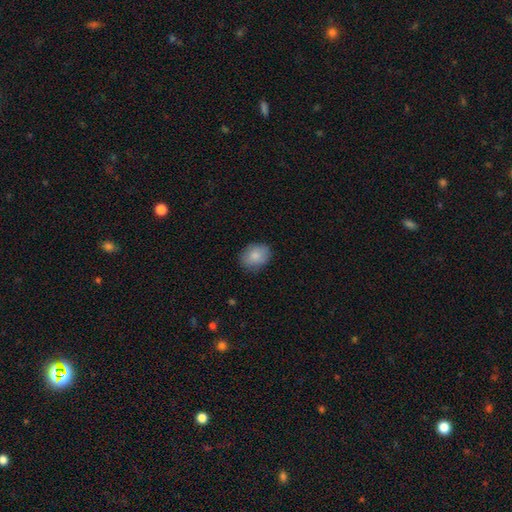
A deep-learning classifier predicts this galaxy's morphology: The model was most divided on "how rounded": in between: 56%, round: 43%, cigar-shaped: 1%. More confident: smooth or featured — smooth (85%); merging — none (82%).